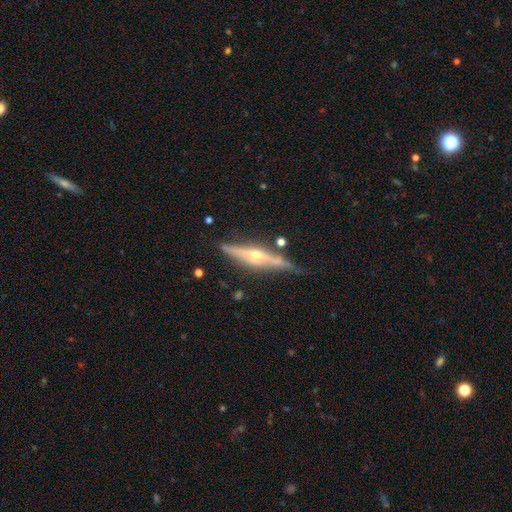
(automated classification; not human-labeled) featured or disk 83%, smooth 12%, star or artifact 6%. Down the decision tree: edge-on disk — yes (96%); edge-on bulge — rounded (93%); merging — none (76%).